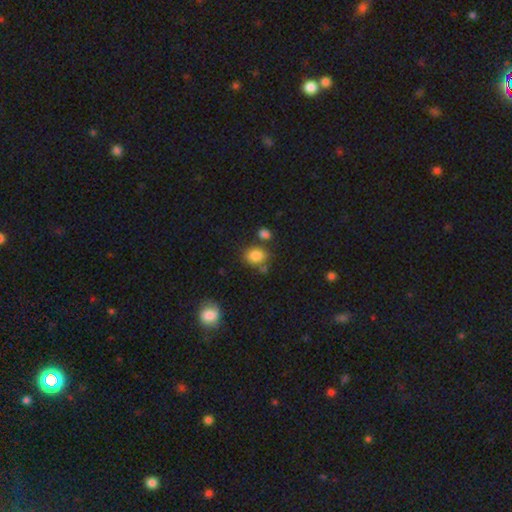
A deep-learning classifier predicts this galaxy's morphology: This appears to be a smooth galaxy with no disk features (83%) that is round (53%). Merging: none (66%).